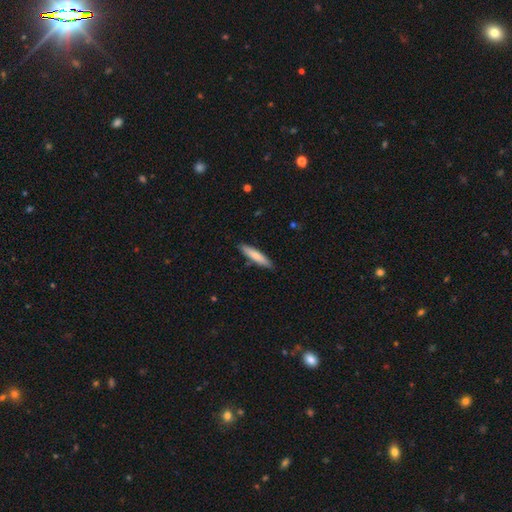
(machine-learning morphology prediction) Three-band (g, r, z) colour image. It shows a smooth galaxy with no disk features (77%) that is cigar-shaped (84%). Merging: none (87%).